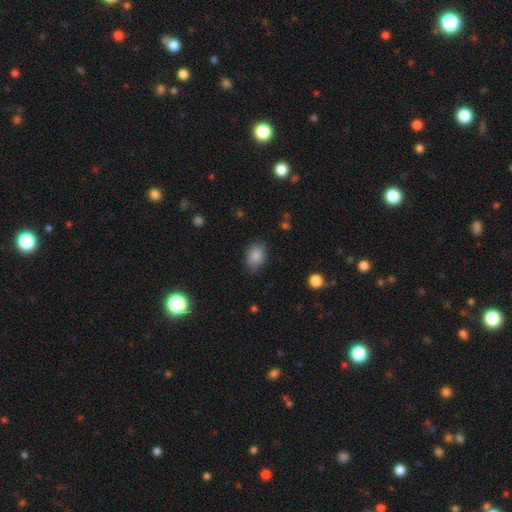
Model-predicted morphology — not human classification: A smooth galaxy with no disk features (86%) that is in between round and cigar-shaped (78%).

Vote fractions:
- Smooth or featured? smooth: 86% / star or artifact: 8% / featured or disk: 5%
- How rounded? in between: 78% / round: 21% / cigar-shaped: 1%
- Merging? none: 73% / minor disturbance: 21% / major disturbance: 4% / merger: 1%